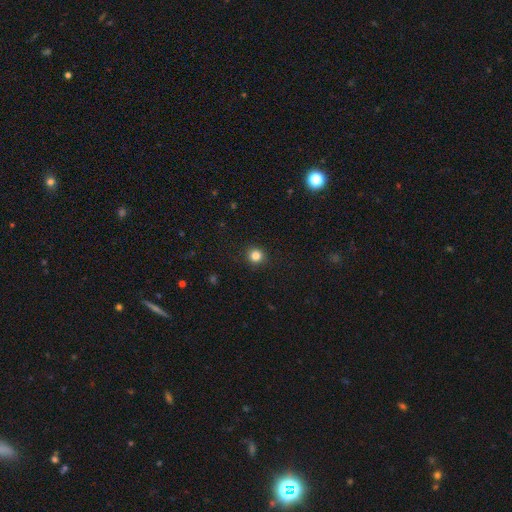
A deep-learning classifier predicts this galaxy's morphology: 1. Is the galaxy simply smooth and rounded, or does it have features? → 83% smooth, 12% star or artifact, 4% featured or disk.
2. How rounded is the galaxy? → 94% round, 5% in between, 1% cigar-shaped.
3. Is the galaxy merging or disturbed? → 92% none, 5% minor disturbance, 2% major disturbance, 1% merger.